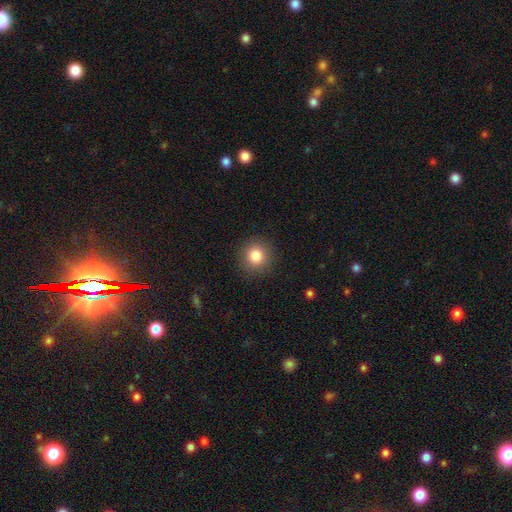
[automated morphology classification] type=smooth (84%); roundness=round (92%); merging=none (90%).